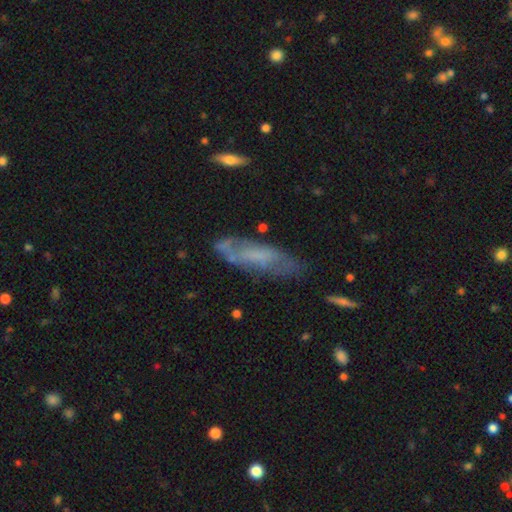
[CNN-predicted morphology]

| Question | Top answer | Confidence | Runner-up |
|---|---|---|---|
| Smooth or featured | featured or disk | 52% | smooth (38%) |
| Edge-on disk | no | 70% | yes (30%) |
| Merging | none | 62% | minor disturbance (24%) |